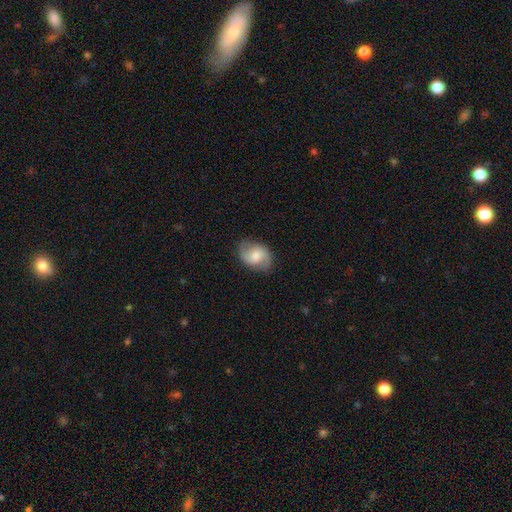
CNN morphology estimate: Smooth or featured?
  - featured or disk: 56% *
  - smooth: 37%
  - star or artifact: 7%
Edge-on disk?
  - no: 97% *
  - yes: 3%
Bar?
  - weak: 46% *
  - no: 43%
  - strong: 10%
Spiral arms?
  - yes: 88% *
  - no: 12%
Bulge size?
  - moderate: 51% *
  - small: 34%
  - large: 8%
  - none: 6%
  - dominant: 2%
Merging?
  - none: 81% *
  - minor disturbance: 14%
  - major disturbance: 4%
  - merger: 1%